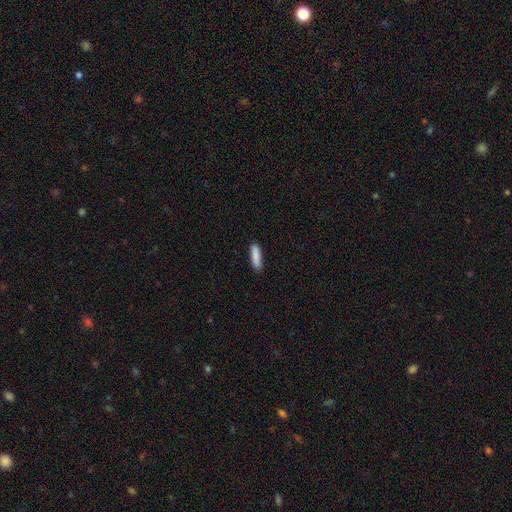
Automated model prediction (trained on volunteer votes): Smooth or featured?
  - smooth: 88% *
  - star or artifact: 6%
  - featured or disk: 6%
How rounded?
  - cigar-shaped: 69% *
  - in between: 30%
  - round: 1%
Merging?
  - none: 89% *
  - minor disturbance: 8%
  - major disturbance: 2%
  - merger: 1%